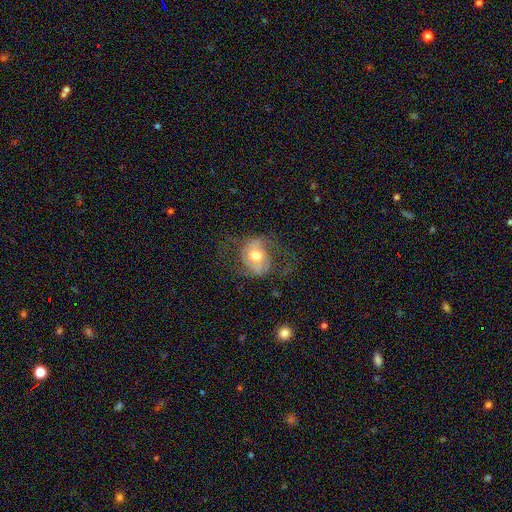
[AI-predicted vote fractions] Smooth or featured?
  - featured or disk: 68% *
  - smooth: 25%
  - star or artifact: 7%
Edge-on disk?
  - no: 96% *
  - yes: 4%
Bar?
  - no: 55% *
  - weak: 31%
  - strong: 14%
Spiral arms?
  - yes: 82% *
  - no: 18%
Spiral winding?
  - medium: 44% *
  - loose: 41%
  - tight: 15%
Spiral arm count?
  - 2: 80% *
  - can't tell: 9%
  - 1: 4%
  - 3: 3%
  - 4: 1%
  - more than 4: 1%
Bulge size?
  - moderate: 74% *
  - small: 13%
  - large: 10%
  - dominant: 1%
  - none: 1%
Merging?
  - none: 53% *
  - major disturbance: 25%
  - minor disturbance: 20%
  - merger: 2%